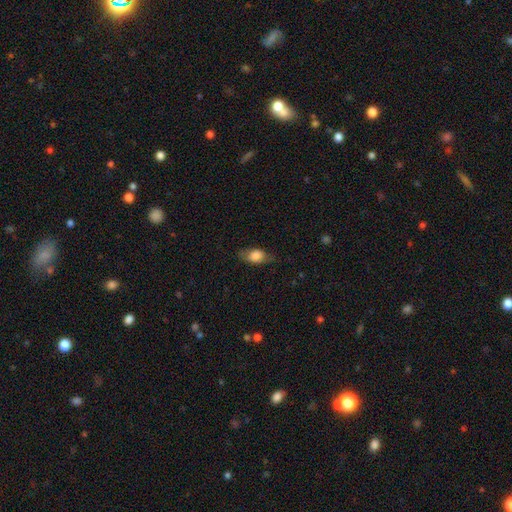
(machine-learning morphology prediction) smooth_or_featured: smooth (p=0.75) [alt: featured or disk p=0.17]
how_rounded: in between (p=0.84) [alt: round p=0.10]
merging: none (p=0.71) [alt: minor disturbance p=0.21]